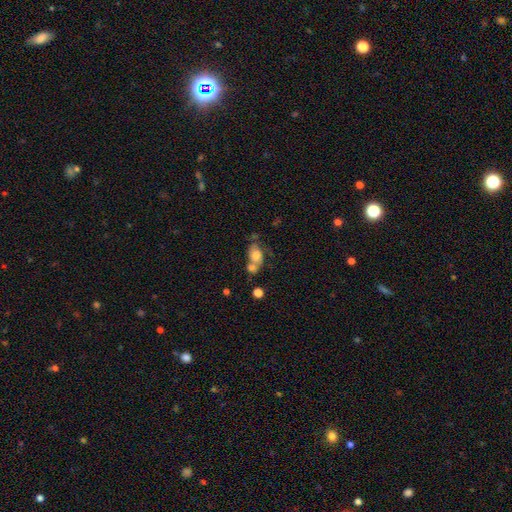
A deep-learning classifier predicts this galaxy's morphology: A smooth galaxy with no disk features (68%) that is in between round and cigar-shaped (73%).

Vote fractions:
- Smooth or featured? smooth: 68% / featured or disk: 22% / star or artifact: 10%
- How rounded? in between: 73% / round: 25% / cigar-shaped: 2%
- Merging? merger: 51% / none: 27% / minor disturbance: 13% / major disturbance: 9%